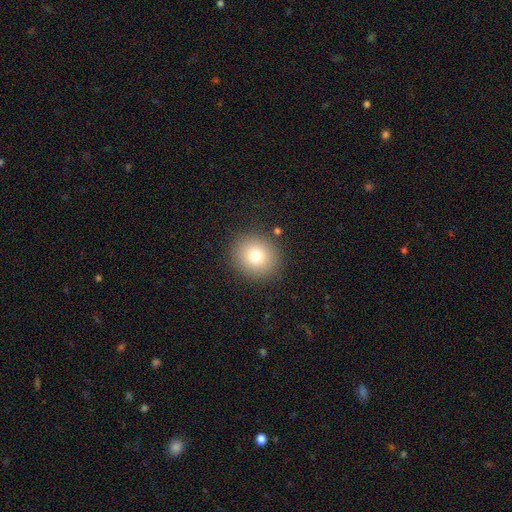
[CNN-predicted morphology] Q: Smooth or featured?
A: smooth (78%); runner-up: star or artifact (11%)
Q: How rounded?
A: round (86%); runner-up: in between (13%)
Q: Merging?
A: none (88%); runner-up: minor disturbance (7%)